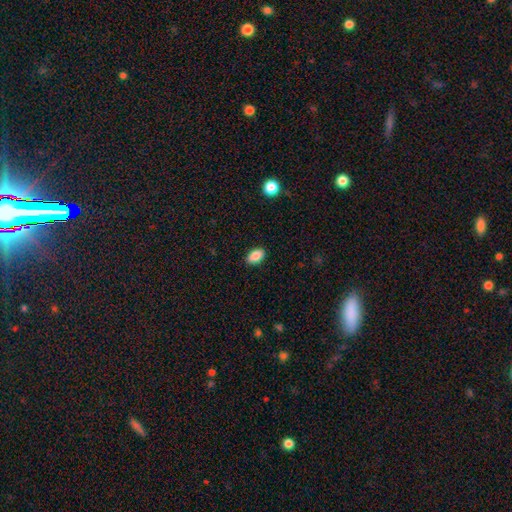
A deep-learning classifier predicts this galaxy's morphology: Smooth or featured? smooth (87%)
How rounded? in between (92%)
Merging? none (88%)